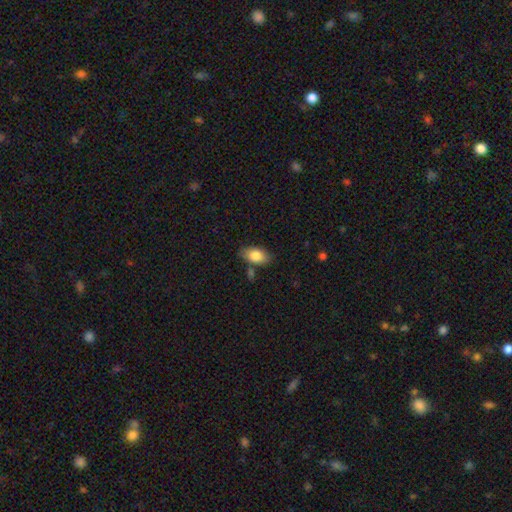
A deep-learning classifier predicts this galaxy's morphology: Smooth or featured? Predicted: smooth (p=0.82). How rounded? Predicted: in between (p=0.90). Merging? Predicted: none (p=0.74).